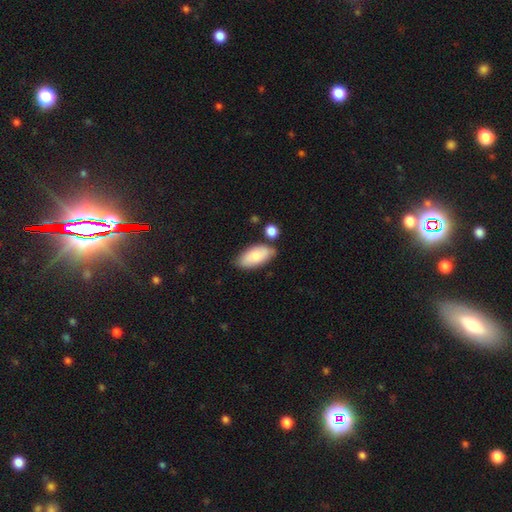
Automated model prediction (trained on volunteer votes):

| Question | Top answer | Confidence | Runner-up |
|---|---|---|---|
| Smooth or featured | smooth | 79% | featured or disk (15%) |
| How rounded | in between | 91% | cigar-shaped (6%) |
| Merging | none | 69% | minor disturbance (18%) |